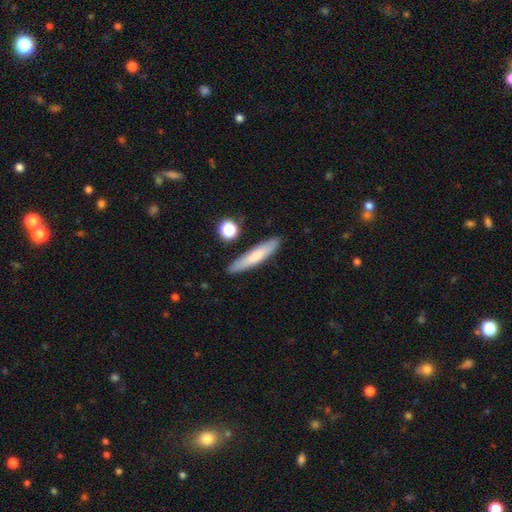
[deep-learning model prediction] smooth-or-featured: smooth: 71% | featured or disk: 23% | star or artifact: 6%
  how-rounded: cigar-shaped: 88% | in between: 10% | round: 2%
  merging: none: 87% | minor disturbance: 9% | merger: 2% | major disturbance: 2%